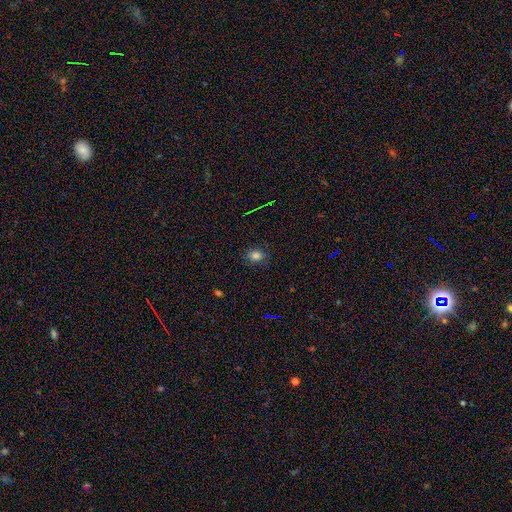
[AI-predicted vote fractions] Morphology: type=smooth (79%); roundness=in between (56%); merging=none (82%).